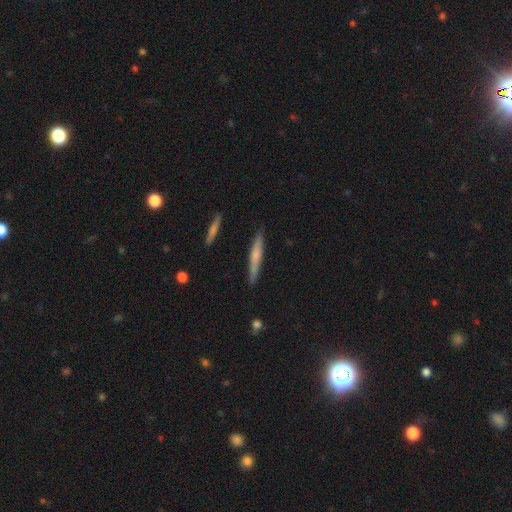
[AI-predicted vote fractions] Smooth or featured? smooth (53%)
How rounded? cigar-shaped (94%)
Merging? none (88%)